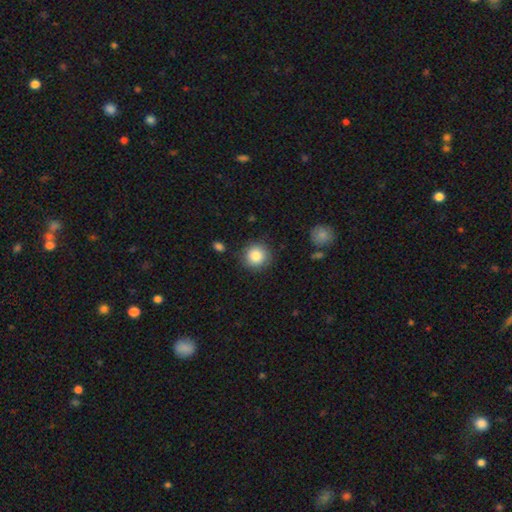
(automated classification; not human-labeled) Overall: smooth (85%). How rounded: round (93%). Merging: none (87%).